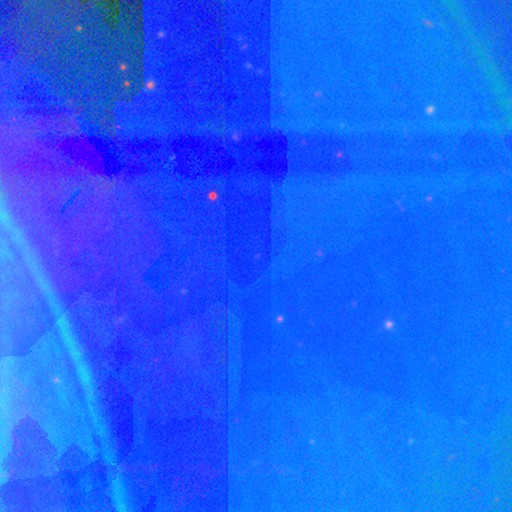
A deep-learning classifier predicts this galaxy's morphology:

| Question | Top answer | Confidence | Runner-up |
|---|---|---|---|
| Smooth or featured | star or artifact | 85% | featured or disk (8%) |